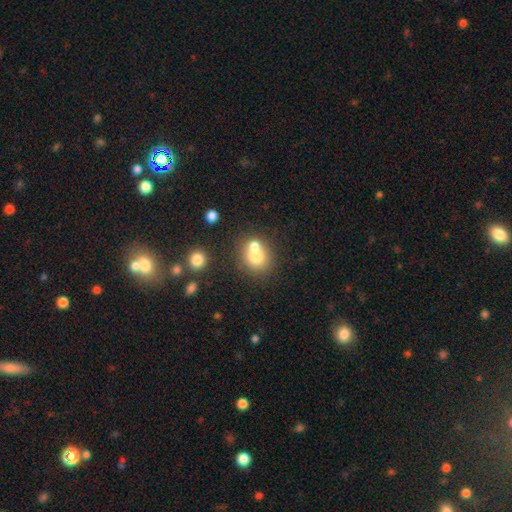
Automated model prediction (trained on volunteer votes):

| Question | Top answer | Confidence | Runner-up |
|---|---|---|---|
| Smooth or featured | smooth | 71% | featured or disk (17%) |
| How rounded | round | 79% | in between (20%) |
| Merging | none | 45% | merger (44%) |